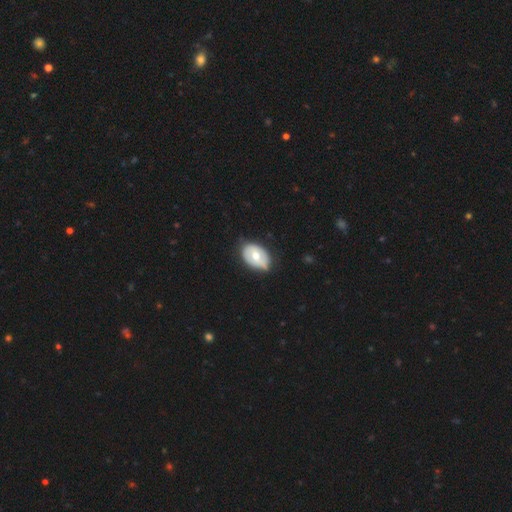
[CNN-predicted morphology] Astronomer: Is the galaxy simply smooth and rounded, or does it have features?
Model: smooth — 56% (runner-up: featured or disk, 39%).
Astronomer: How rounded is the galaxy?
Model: in between — 83%.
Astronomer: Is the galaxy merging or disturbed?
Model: none — 67%.